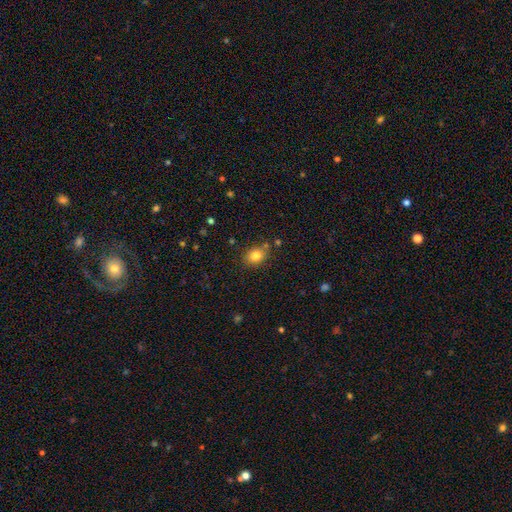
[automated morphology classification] A smooth galaxy with no disk features (82%) that is in between round and cigar-shaped (52%).

Vote fractions:
- Smooth or featured? smooth: 82% / star or artifact: 11% / featured or disk: 8%
- How rounded? in between: 52% / round: 48% / cigar-shaped: 1%
- Merging? none: 78% / minor disturbance: 13% / merger: 5% / major disturbance: 3%